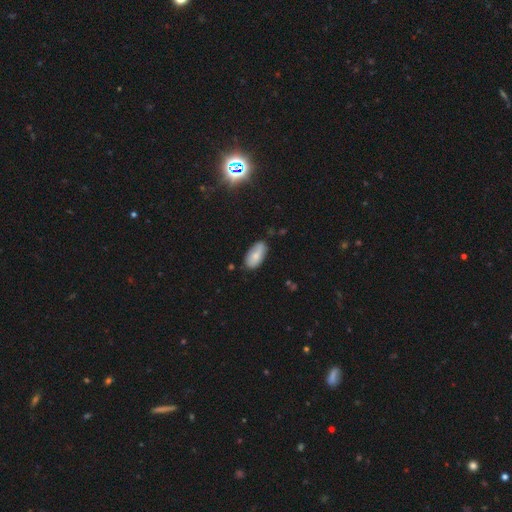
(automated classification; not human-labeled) Smooth or featured?
  - smooth: 73% *
  - featured or disk: 20%
  - star or artifact: 7%
How rounded?
  - in between: 93% *
  - cigar-shaped: 5%
  - round: 2%
Merging?
  - none: 67% *
  - minor disturbance: 25%
  - major disturbance: 5%
  - merger: 3%